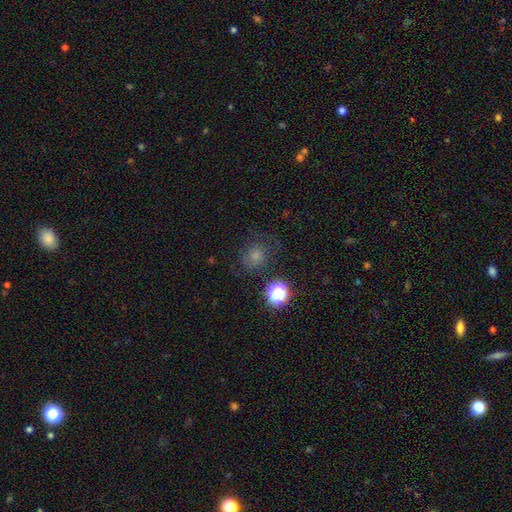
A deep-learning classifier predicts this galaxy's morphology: The model was most divided on "smooth or featured": smooth: 47%, star or artifact: 32%, featured or disk: 21%. More confident: merging — none (71%).